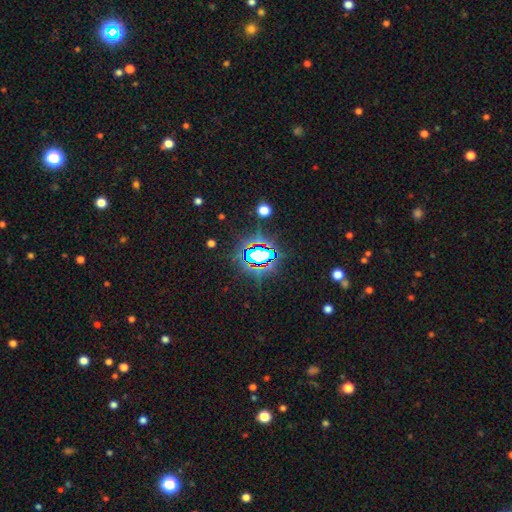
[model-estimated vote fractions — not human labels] Smooth or featured? star or artifact (72%)